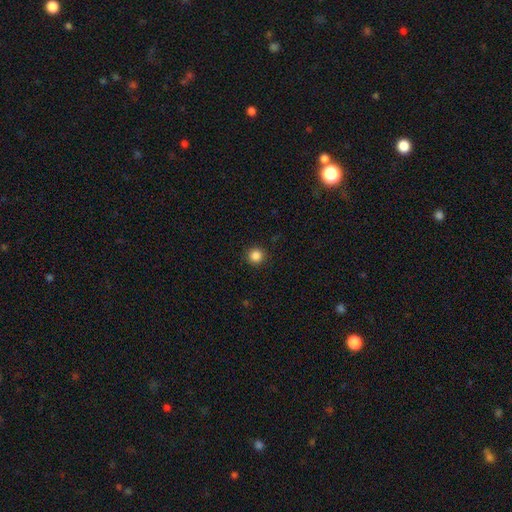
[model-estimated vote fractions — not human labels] smooth 86%, star or artifact 11%, featured or disk 3%. Down the decision tree: how rounded — round (95%); merging — none (92%).